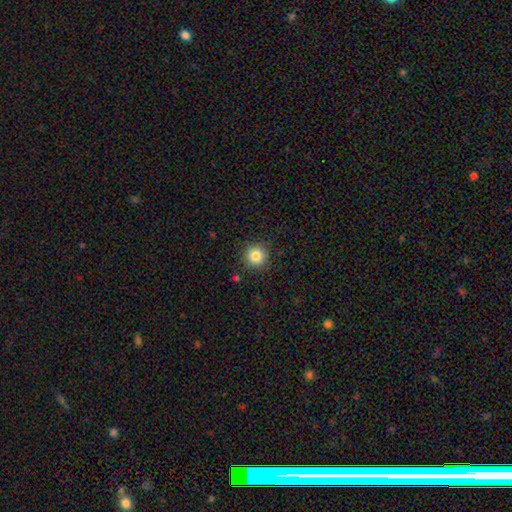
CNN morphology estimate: Smooth or featured?
  - smooth: 84% *
  - star or artifact: 11%
  - featured or disk: 5%
How rounded?
  - round: 95% *
  - in between: 4%
  - cigar-shaped: 1%
Merging?
  - none: 90% *
  - minor disturbance: 7%
  - major disturbance: 2%
  - merger: 1%